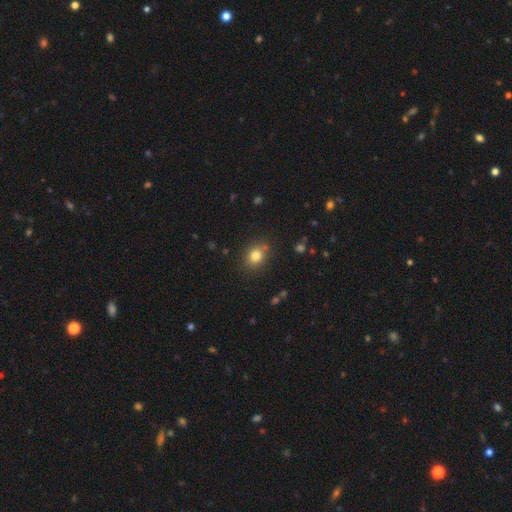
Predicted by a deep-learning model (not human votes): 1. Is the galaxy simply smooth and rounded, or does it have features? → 80% smooth, 13% star or artifact, 7% featured or disk.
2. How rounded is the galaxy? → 66% round, 33% in between, 1% cigar-shaped.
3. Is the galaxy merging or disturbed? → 81% none, 11% minor disturbance, 5% merger, 3% major disturbance.